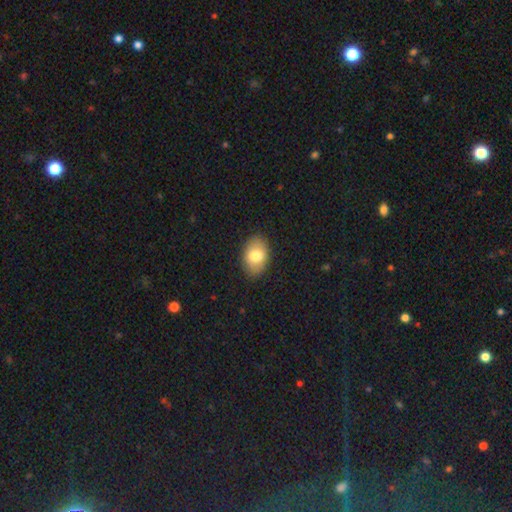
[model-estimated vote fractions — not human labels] Overall: smooth (77%). How rounded: in between (84%). Merging: none (87%).